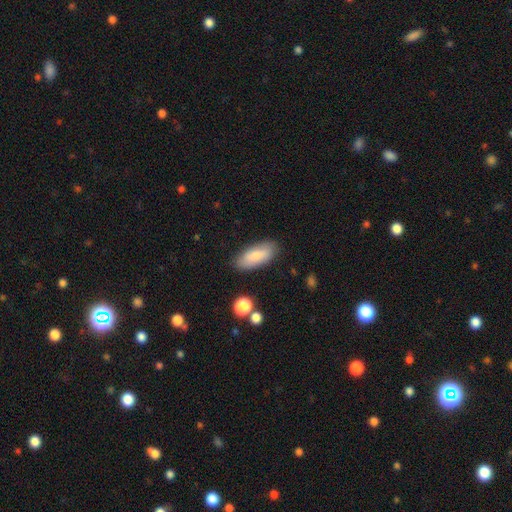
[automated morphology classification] This appears to be a smooth galaxy with no disk features (77%) that is in between round and cigar-shaped (81%). Merging: none (82%).